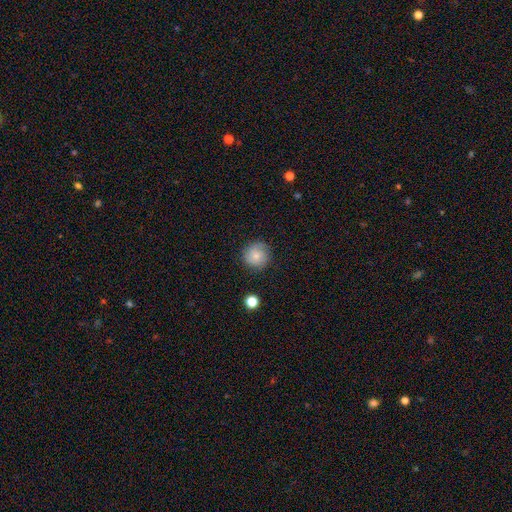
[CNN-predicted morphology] A smooth galaxy with no disk features (77%) that is round (94%).

Vote fractions:
- Smooth or featured? smooth: 77% / featured or disk: 14% / star or artifact: 9%
- How rounded? round: 94% / in between: 5% / cigar-shaped: 1%
- Merging? none: 84% / minor disturbance: 12% / major disturbance: 3% / merger: 2%